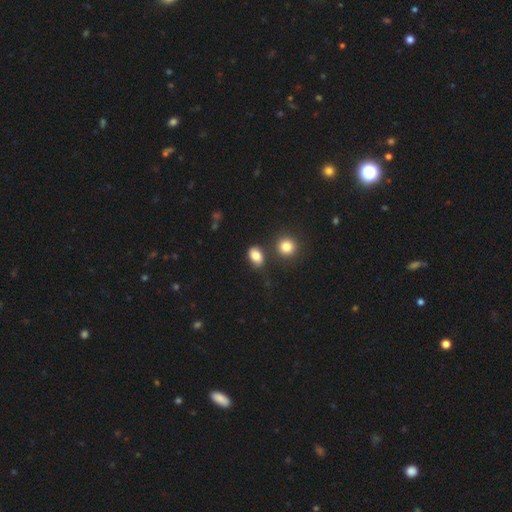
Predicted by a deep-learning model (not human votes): smooth-or-featured: smooth: 83% | star or artifact: 10% | featured or disk: 8%
  how-rounded: in between: 79% | round: 19% | cigar-shaped: 2%
  merging: none: 70% | minor disturbance: 16% | merger: 10% | major disturbance: 5%